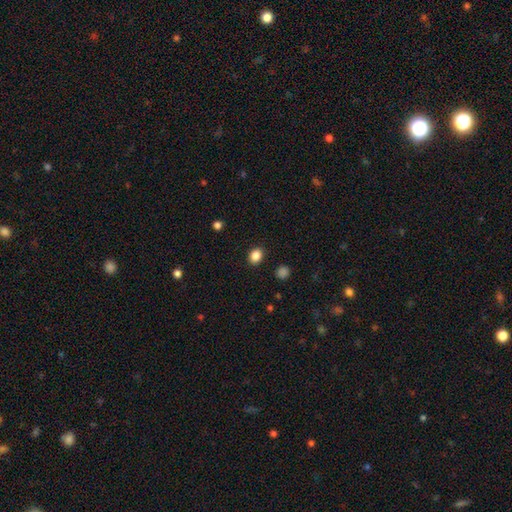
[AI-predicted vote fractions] A smooth galaxy with no disk features (86%) that is round (57%). Merging: none (90%).